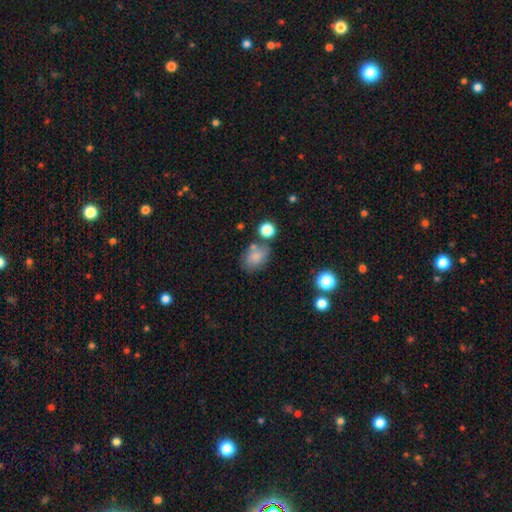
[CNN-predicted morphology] Q: Smooth or featured?
A: smooth (80%); runner-up: featured or disk (10%)
Q: How rounded?
A: in between (70%); runner-up: round (29%)
Q: Merging?
A: none (61%); runner-up: minor disturbance (19%)